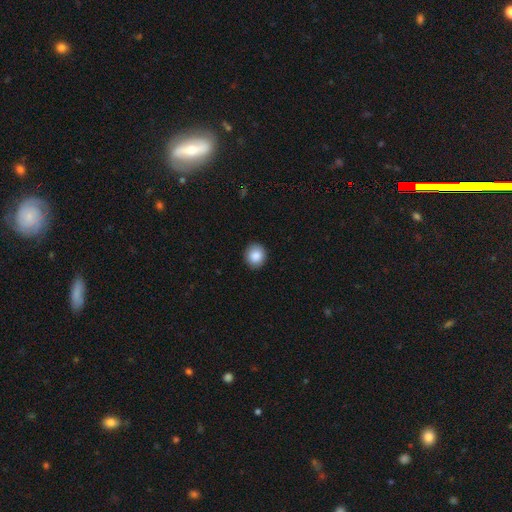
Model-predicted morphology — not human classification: This is clearly a smooth galaxy (88%). How rounded: likely round (80%). Merging: clearly none (90%).